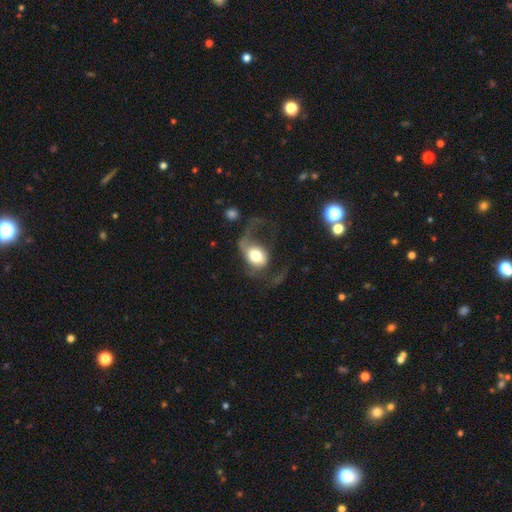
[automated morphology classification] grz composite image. It shows a smooth galaxy with no disk features (47%). Merging: major disturbance (59%).